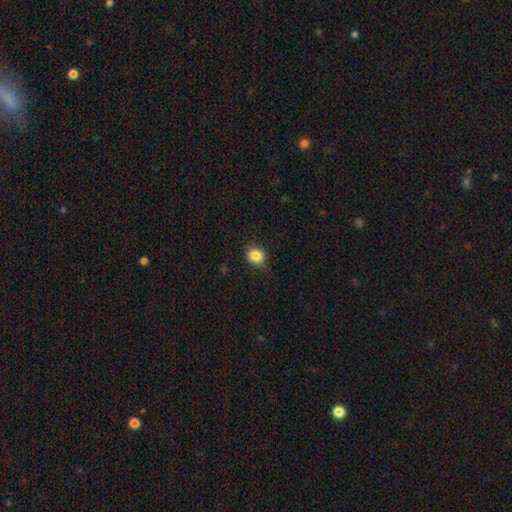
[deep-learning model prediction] This appears to be a smooth galaxy with no disk features (85%) that is round (71%). Merging: none (81%).